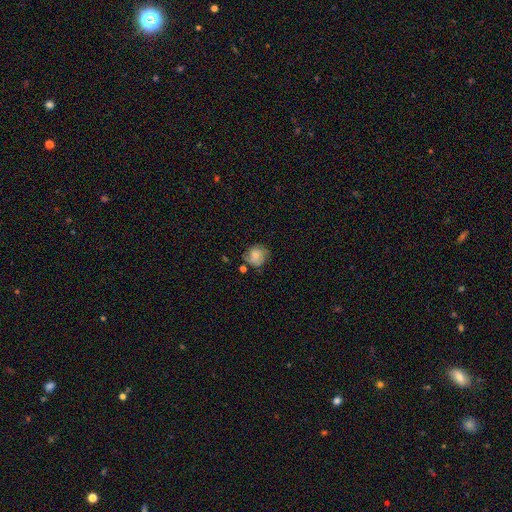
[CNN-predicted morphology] This is likely a smooth galaxy (65%). How rounded: likely round (80%). Merging: likely none (61%).